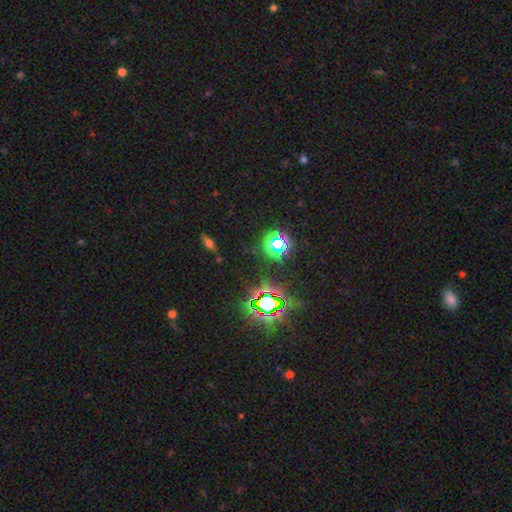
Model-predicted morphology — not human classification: A star or artifact, not a galaxy (76%).

Vote fractions:
- Smooth or featured? star or artifact: 76% / smooth: 16% / featured or disk: 8%